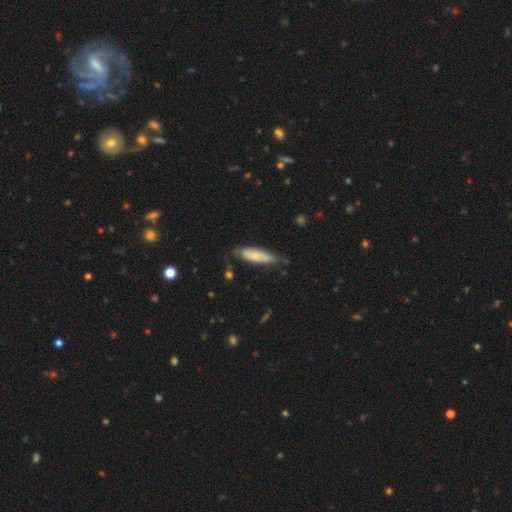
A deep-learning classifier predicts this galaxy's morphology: Smooth or featured? Predicted: smooth (p=0.68). How rounded? Predicted: cigar-shaped (p=0.54). Merging? Predicted: none (p=0.60).